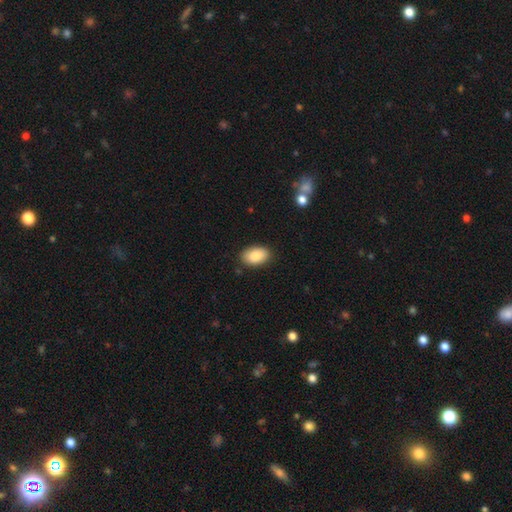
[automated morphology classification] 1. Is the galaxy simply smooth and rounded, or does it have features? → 89% smooth, 7% star or artifact, 5% featured or disk.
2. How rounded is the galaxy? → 92% in between, 7% round, 1% cigar-shaped.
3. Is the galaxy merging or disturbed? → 86% none, 11% minor disturbance, 2% major disturbance, 1% merger.